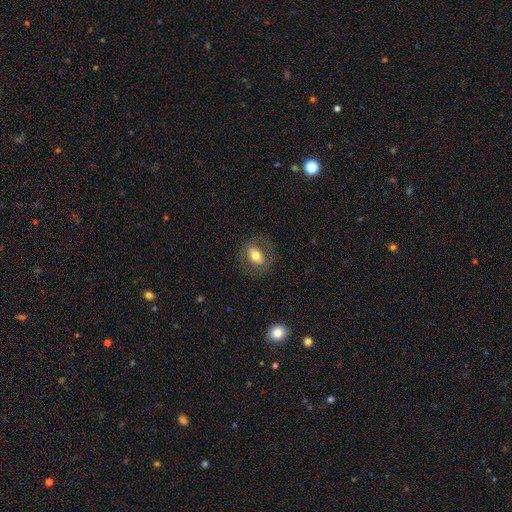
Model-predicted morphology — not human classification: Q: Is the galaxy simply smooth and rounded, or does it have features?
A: smooth — 53%.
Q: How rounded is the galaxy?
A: in between — 58%.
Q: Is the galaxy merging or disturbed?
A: none — 79%.